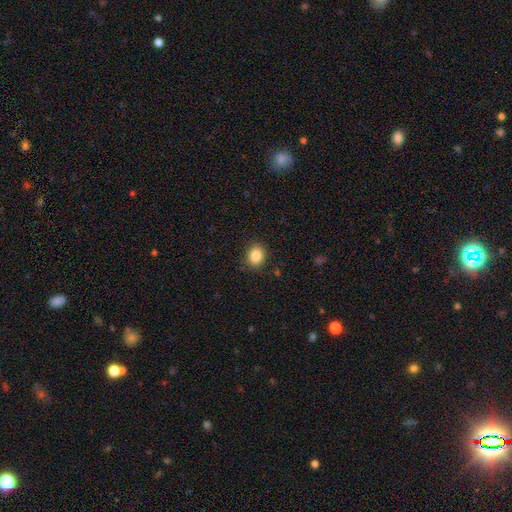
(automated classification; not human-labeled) Morphology: type=smooth (86%); roundness=round (52%); merging=none (88%).